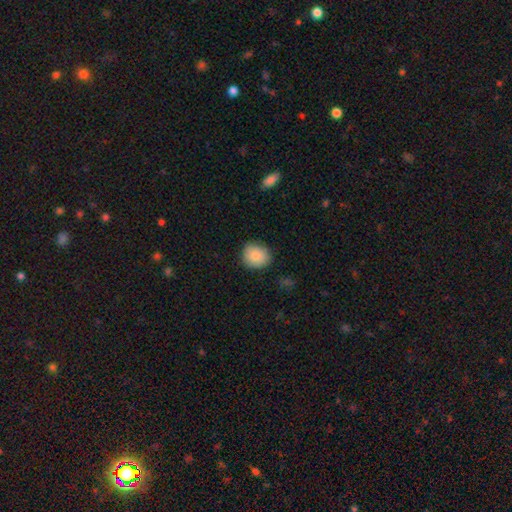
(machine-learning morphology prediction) smooth-or-featured: smooth: 87% | star or artifact: 8% | featured or disk: 5%
  how-rounded: round: 77% | in between: 22% | cigar-shaped: 1%
  merging: none: 82% | minor disturbance: 14% | major disturbance: 3% | merger: 1%